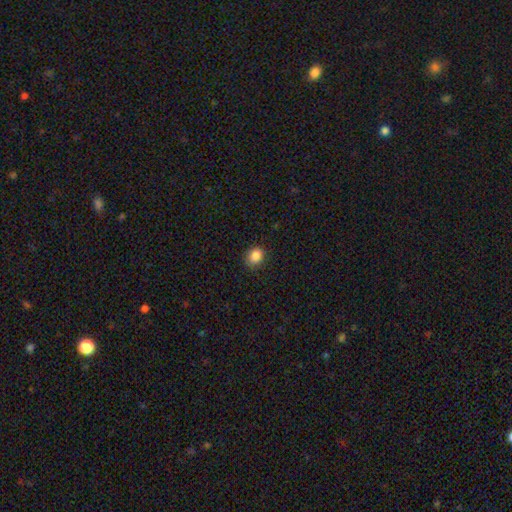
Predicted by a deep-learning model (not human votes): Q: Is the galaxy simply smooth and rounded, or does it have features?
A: smooth — 86%.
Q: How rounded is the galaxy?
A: round — 67%.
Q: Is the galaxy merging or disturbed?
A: none — 85%.